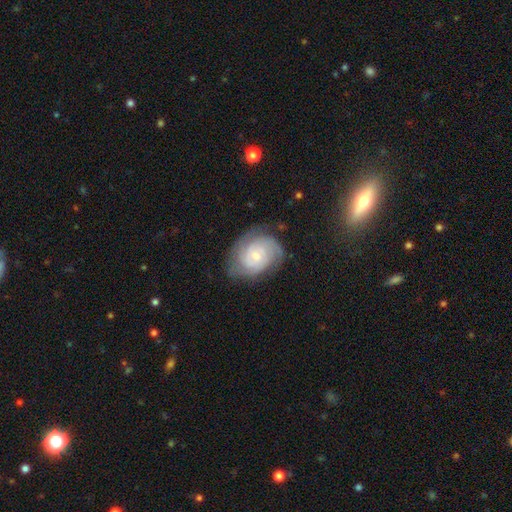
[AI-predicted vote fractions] smooth_or_featured: featured or disk (p=0.76) [alt: smooth p=0.17]
disk_edge_on: no (p=0.98) [alt: yes p=0.02]
bar: no (p=0.72) [alt: weak p=0.24]
has_spiral_arms: yes (p=0.94) [alt: no p=0.06]
spiral_winding: tight (p=0.62) [alt: medium p=0.30]
spiral_arm_count: 2 (p=0.36) [alt: can't tell p=0.27]
bulge_size: small (p=0.72) [alt: moderate p=0.22]
merging: none (p=0.71) [alt: minor disturbance p=0.20]